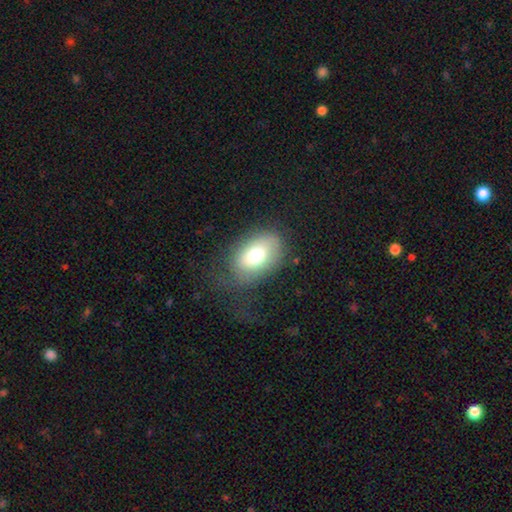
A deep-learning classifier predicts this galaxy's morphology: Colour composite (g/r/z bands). It shows a smooth galaxy with no disk features (71%) that is in between round and cigar-shaped (85%). Merging: none (60%).